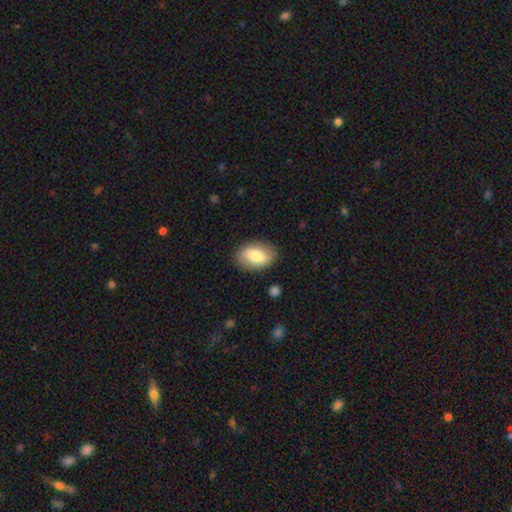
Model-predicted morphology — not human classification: Overall: smooth (78%). How rounded: in between (88%). Merging: none (86%).